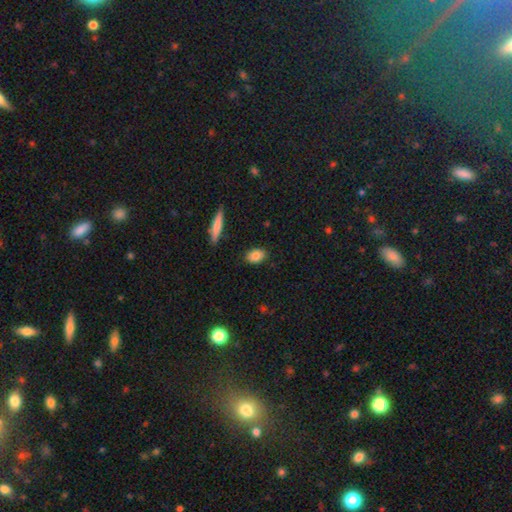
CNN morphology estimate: smooth-or-featured: smooth: 84% | featured or disk: 9% | star or artifact: 7%
  how-rounded: in between: 82% | round: 14% | cigar-shaped: 4%
  merging: none: 87% | minor disturbance: 9% | major disturbance: 2% | merger: 2%